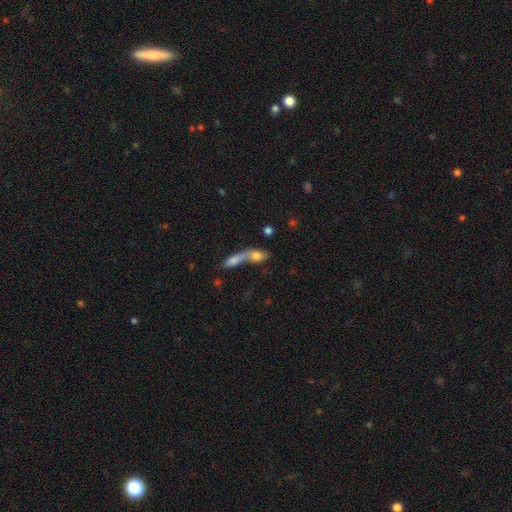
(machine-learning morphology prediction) This is possibly a smooth galaxy (45%). Merging: likely merger (64%).